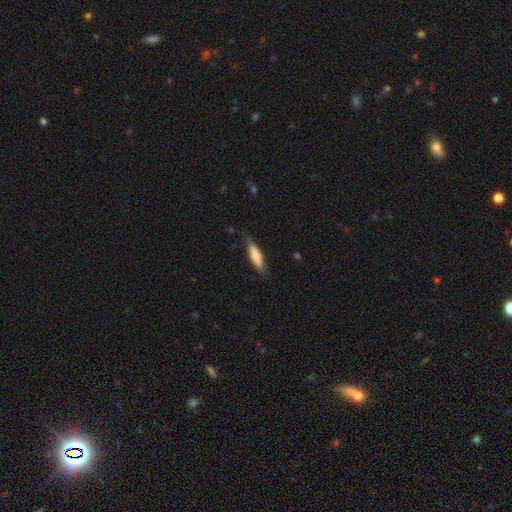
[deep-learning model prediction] Smooth or featured: smooth — 73% (featured or disk — 21%)
How rounded: cigar-shaped — 67% (in between — 31%)
Merging: none — 75% (minor disturbance — 20%)